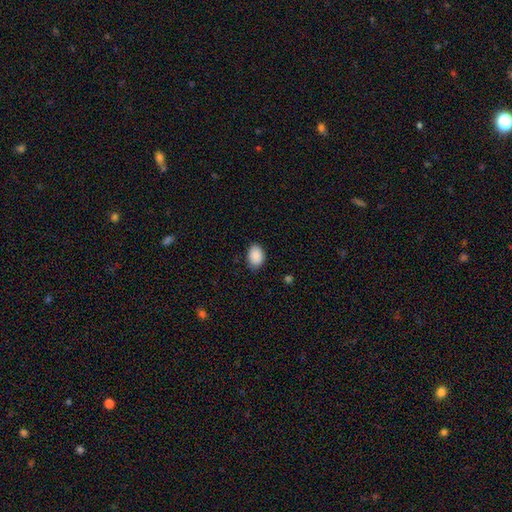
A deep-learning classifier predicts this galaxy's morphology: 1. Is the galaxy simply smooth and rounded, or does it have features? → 90% smooth, 7% star or artifact, 3% featured or disk.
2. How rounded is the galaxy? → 81% in between, 18% round, 1% cigar-shaped.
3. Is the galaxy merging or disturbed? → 82% none, 14% minor disturbance, 3% major disturbance, 1% merger.